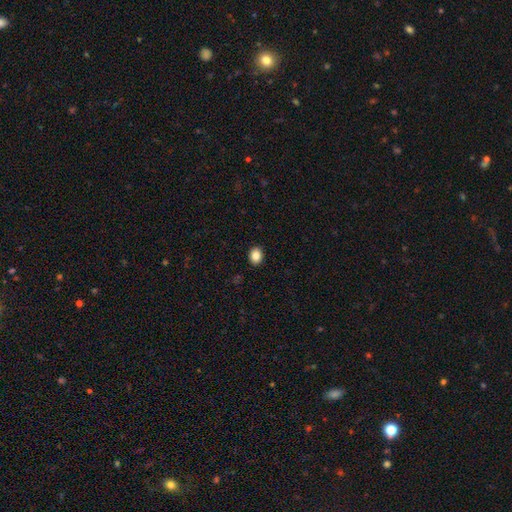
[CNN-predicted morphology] smooth-or-featured: smooth: 85% | star or artifact: 9% | featured or disk: 6%
  how-rounded: in between: 53% | round: 46% | cigar-shaped: 1%
  merging: none: 91% | minor disturbance: 6% | major disturbance: 2% | merger: 1%